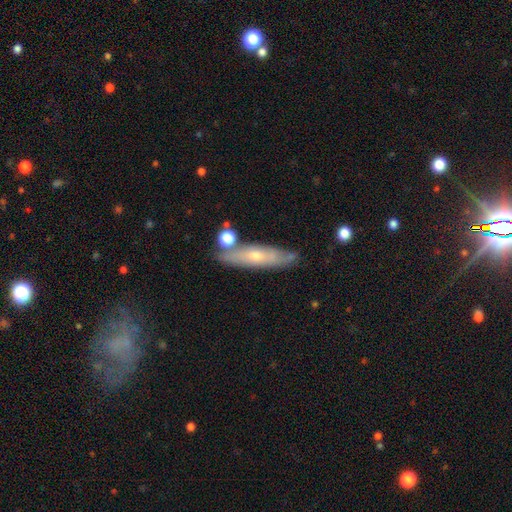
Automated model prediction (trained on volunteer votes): featured or disk 52%, smooth 41%, star or artifact 7%. Down the decision tree: edge-on disk — yes (59%); merging — none (72%).